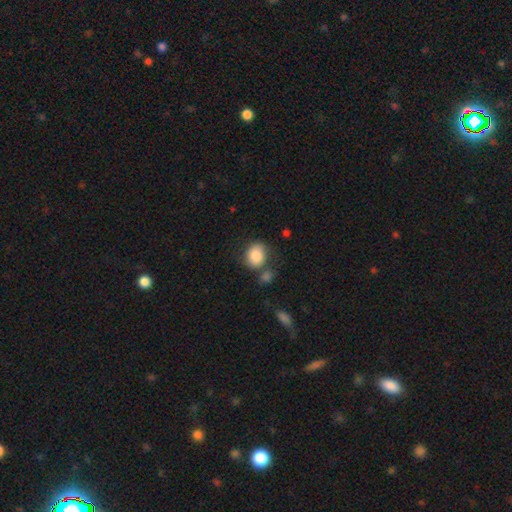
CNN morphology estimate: type=smooth (85%); roundness=round (54%); merging=none (59%).